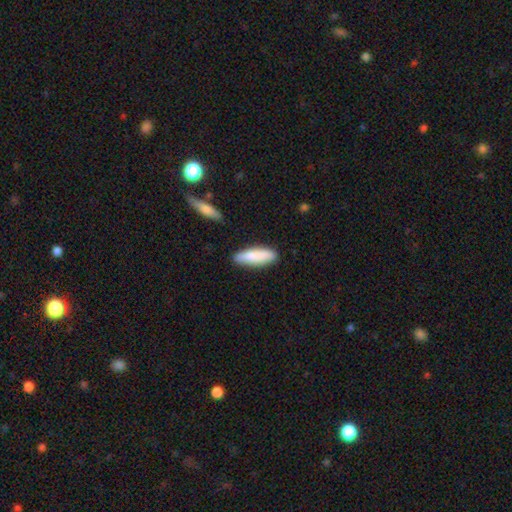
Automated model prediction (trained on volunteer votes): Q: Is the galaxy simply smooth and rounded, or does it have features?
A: smooth — 84%.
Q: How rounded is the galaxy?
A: cigar-shaped — 58%.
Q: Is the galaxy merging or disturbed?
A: none — 84%.